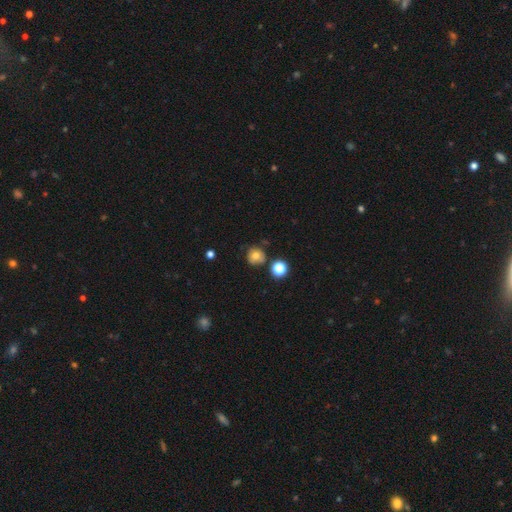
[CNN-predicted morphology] Smooth or featured: smooth — 69% (featured or disk — 16%)
How rounded: round — 89% (in between — 10%)
Merging: none — 72% (minor disturbance — 17%)